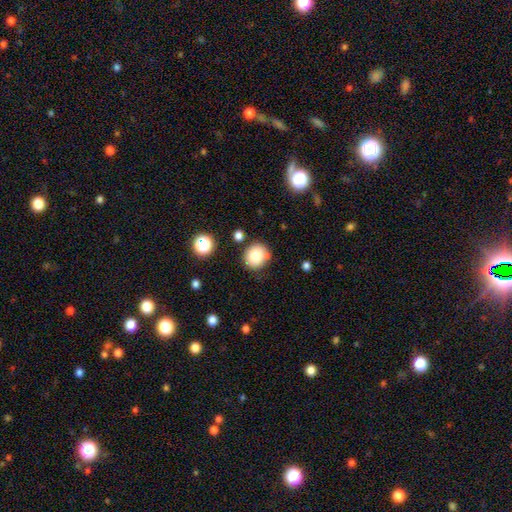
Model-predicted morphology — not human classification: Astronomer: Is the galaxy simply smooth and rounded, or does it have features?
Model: smooth — 79%.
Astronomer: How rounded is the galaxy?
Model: round — 86%.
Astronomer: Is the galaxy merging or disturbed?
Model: none — 77%.